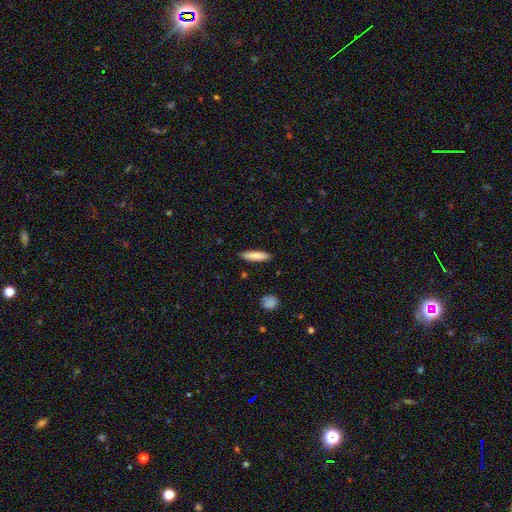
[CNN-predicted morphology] Smooth or featured: smooth — 82% (featured or disk — 12%)
How rounded: cigar-shaped — 73% (in between — 26%)
Merging: none — 89% (minor disturbance — 8%)